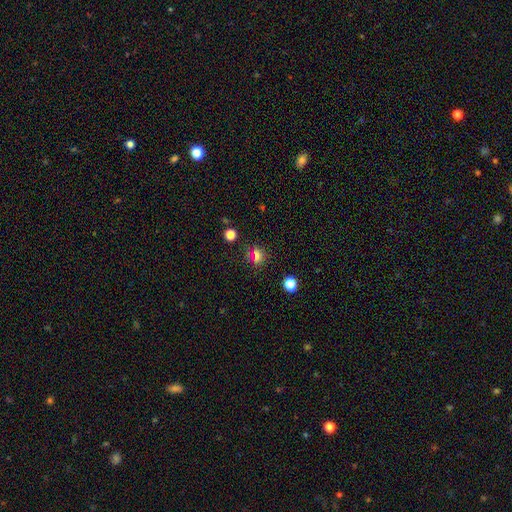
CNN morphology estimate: Smooth or featured?
  - smooth: 61% *
  - star or artifact: 28%
  - featured or disk: 10%
How rounded?
  - round: 71% *
  - in between: 25%
  - cigar-shaped: 4%
Merging?
  - none: 83% *
  - minor disturbance: 10%
  - major disturbance: 4%
  - merger: 3%